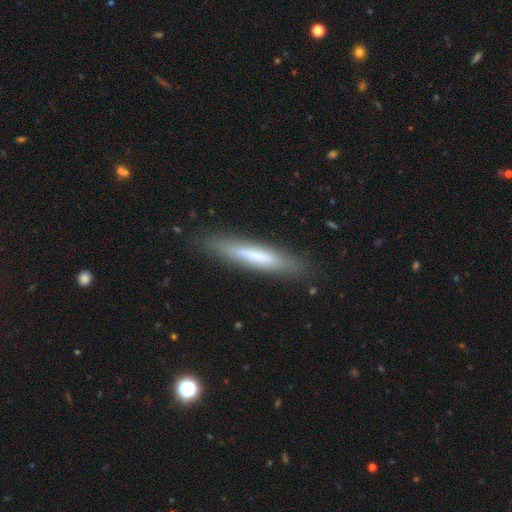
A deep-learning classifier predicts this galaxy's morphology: Smooth or featured? smooth (59%)
How rounded? cigar-shaped (90%)
Merging? none (86%)